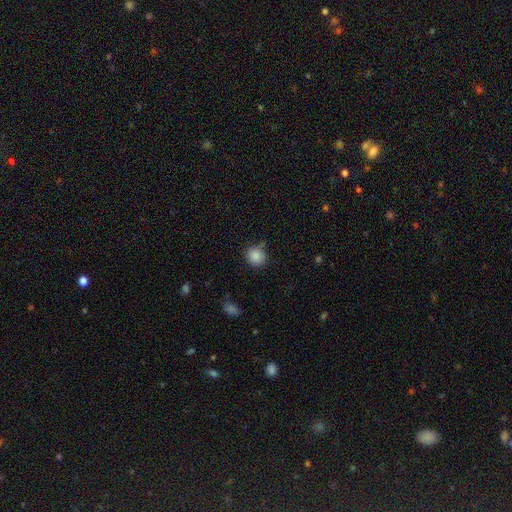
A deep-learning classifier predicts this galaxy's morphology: Overall: smooth (88%). How rounded: round (83%). Merging: none (79%).